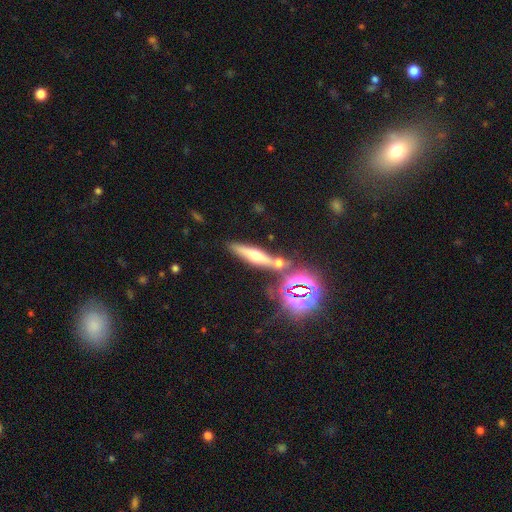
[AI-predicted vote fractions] This is marginally a featured or disk galaxy (41%). Merging: likely none (76%).